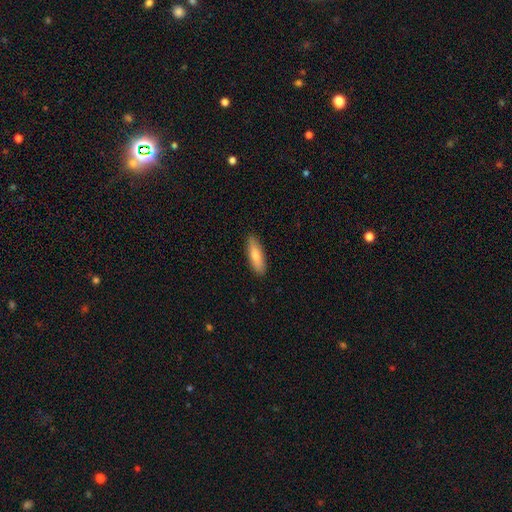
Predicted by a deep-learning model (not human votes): This is likely a smooth galaxy (80%). How rounded: possibly cigar-shaped (55%). Merging: clearly none (89%).